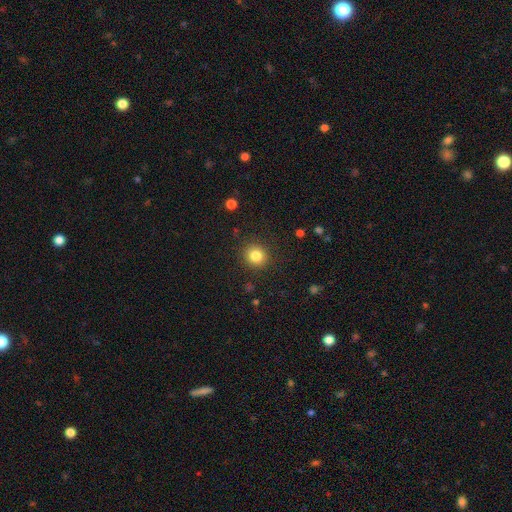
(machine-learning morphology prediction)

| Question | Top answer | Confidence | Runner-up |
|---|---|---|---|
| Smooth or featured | smooth | 83% | star or artifact (11%) |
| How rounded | round | 89% | in between (10%) |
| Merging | none | 90% | minor disturbance (7%) |